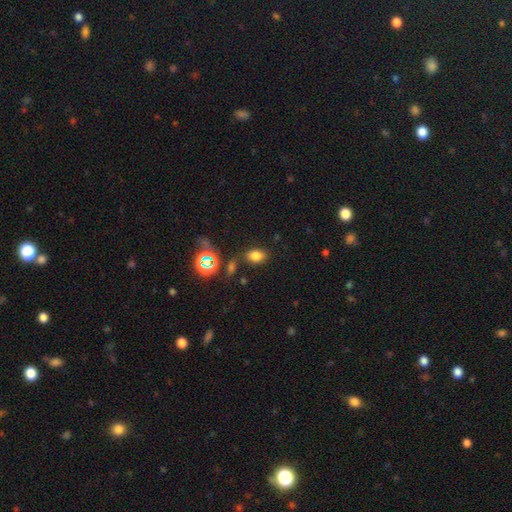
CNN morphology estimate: Q: Smooth or featured?
A: smooth (74%); runner-up: star or artifact (18%)
Q: How rounded?
A: in between (76%); runner-up: round (22%)
Q: Merging?
A: none (72%); runner-up: minor disturbance (13%)